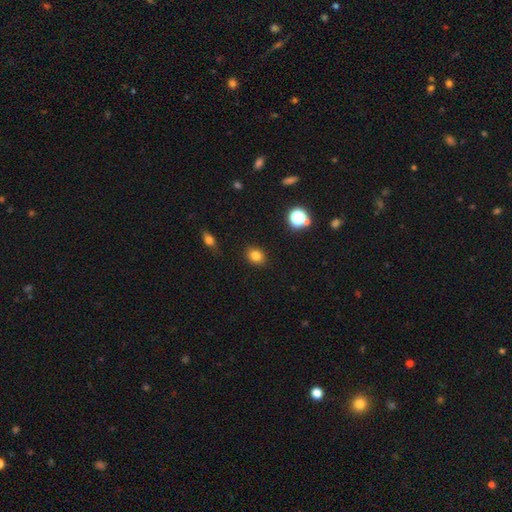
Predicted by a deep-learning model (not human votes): A smooth galaxy with no disk features (80%) that is round (53%). Merging: none (88%).